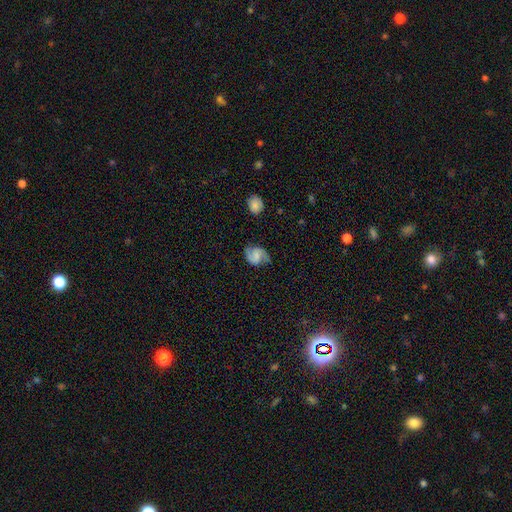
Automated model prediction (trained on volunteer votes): Morphology: type=featured or disk (75%); edge-on=no (98%); bar=weak (47%); spiral arms=yes (96%); winding=medium (50%); arm count=2 (91%); bulge=none (35%); merging=none (75%).